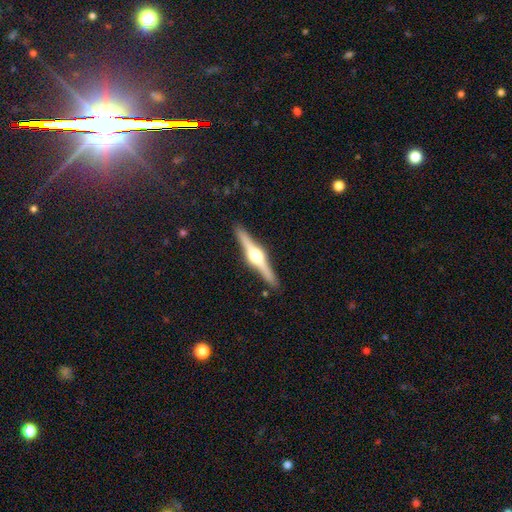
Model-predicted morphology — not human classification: Smooth or featured: featured or disk — 83% (smooth — 13%)
Edge-on disk: yes — 98% (no — 2%)
Edge-on bulge: rounded — 95% (boxy — 3%)
Merging: none — 91% (minor disturbance — 6%)